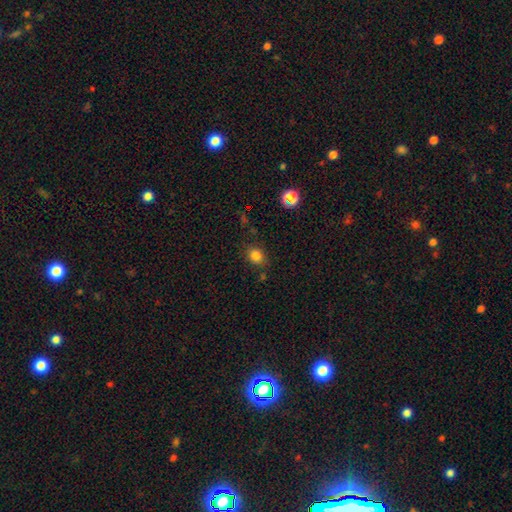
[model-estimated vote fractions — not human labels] smooth_or_featured: smooth (p=0.81) [alt: star or artifact p=0.13]
how_rounded: round (p=0.57) [alt: in between p=0.42]
merging: none (p=0.78) [alt: minor disturbance p=0.14]